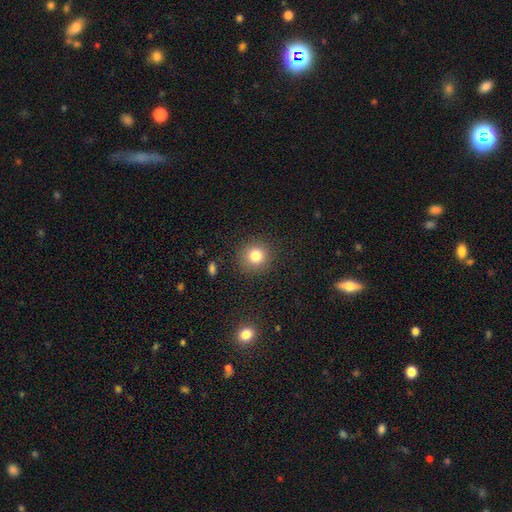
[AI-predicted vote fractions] Q: Smooth or featured?
A: smooth (81%); runner-up: star or artifact (12%)
Q: How rounded?
A: round (92%); runner-up: in between (7%)
Q: Merging?
A: none (89%); runner-up: minor disturbance (7%)